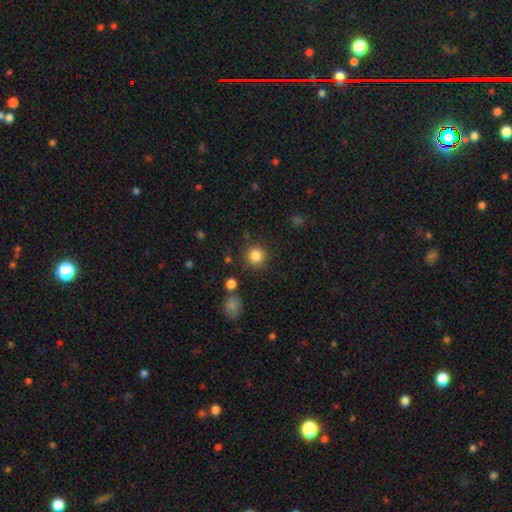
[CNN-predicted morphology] This appears to be a smooth galaxy with no disk features (85%) that is round (93%). Merging: none (87%).